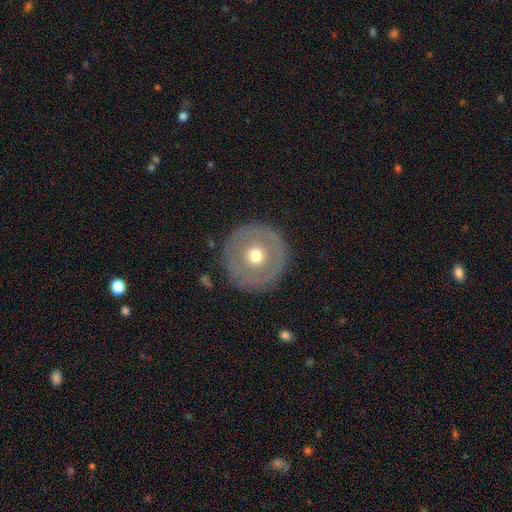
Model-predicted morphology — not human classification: Q: Smooth or featured?
A: smooth (49%); runner-up: featured or disk (43%)
Q: Merging?
A: none (86%); runner-up: minor disturbance (8%)